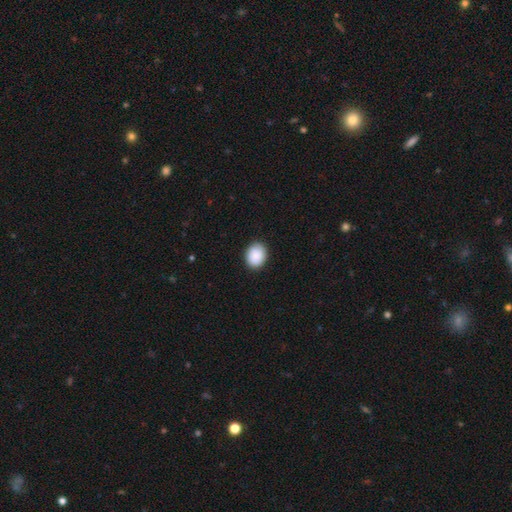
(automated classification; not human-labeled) Morphology: type=smooth (88%); roundness=round (53%); merging=none (88%).